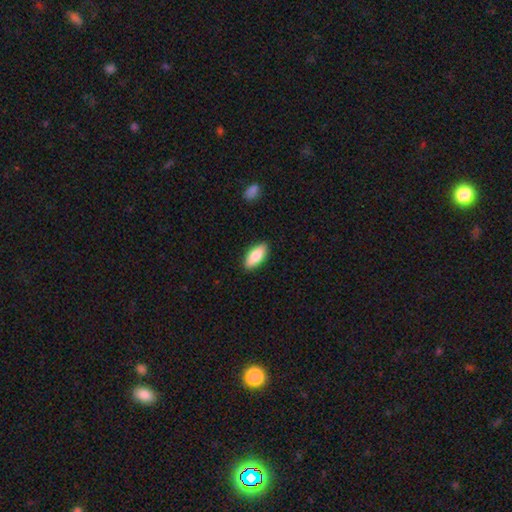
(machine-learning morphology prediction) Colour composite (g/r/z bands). It shows a smooth galaxy with no disk features (80%) that is in between round and cigar-shaped (83%). Merging: none (90%).